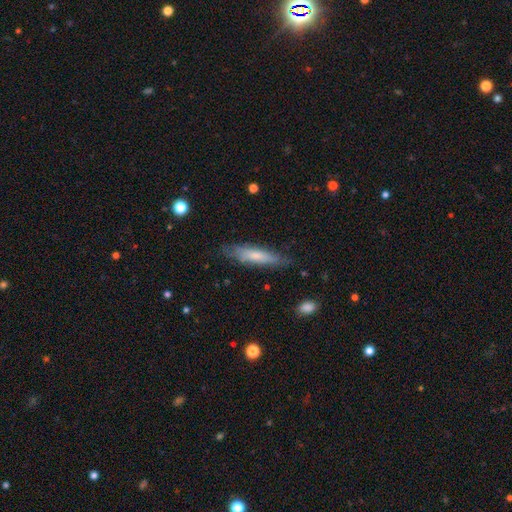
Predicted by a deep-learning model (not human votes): Overall: smooth (59%; featured or disk 34%). How rounded: cigar-shaped (78%). Merging: none (77%).